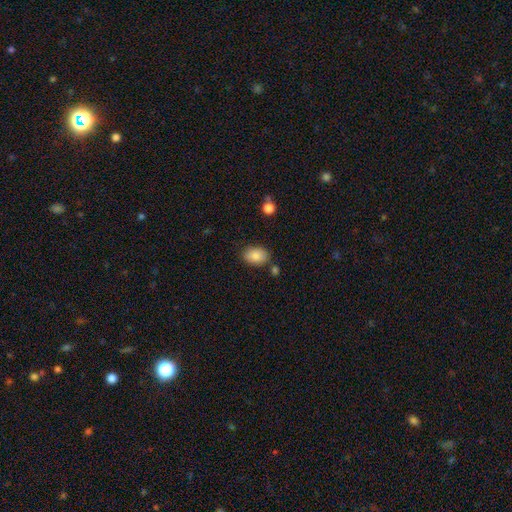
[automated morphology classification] Smooth or featured: smooth — 86% (star or artifact — 8%)
How rounded: in between — 84% (round — 15%)
Merging: none — 80% (minor disturbance — 12%)